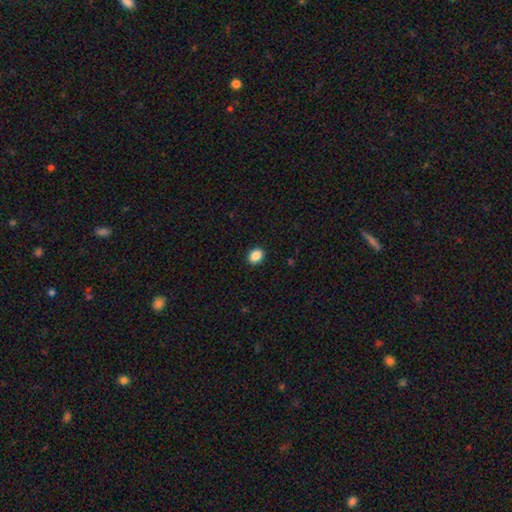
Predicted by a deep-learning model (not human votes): Smooth or featured: smooth — 88% (star or artifact — 9%)
How rounded: in between — 54% (round — 45%)
Merging: none — 91% (minor disturbance — 6%)